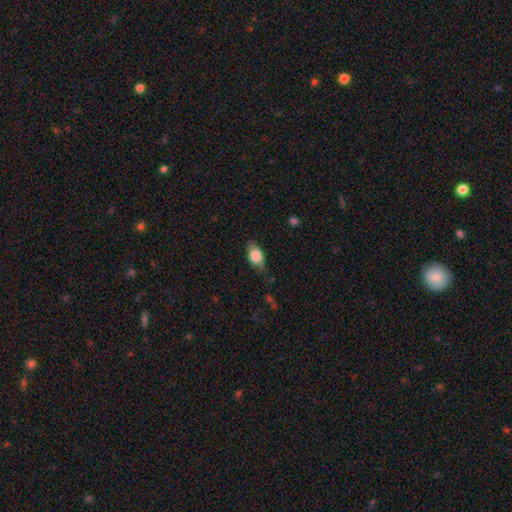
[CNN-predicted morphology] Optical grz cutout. It shows a smooth galaxy with no disk features (78%) that is in between round and cigar-shaped (85%). Merging: none (67%).